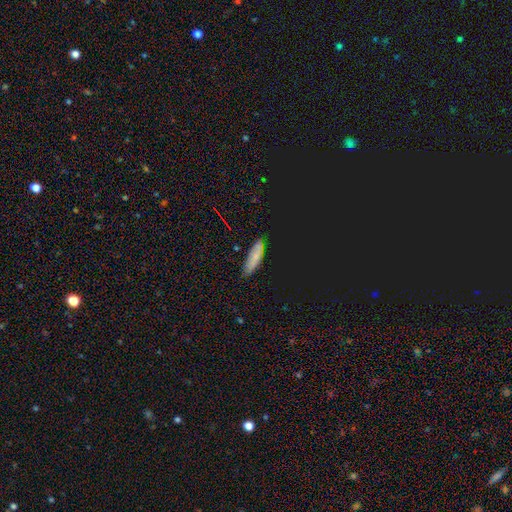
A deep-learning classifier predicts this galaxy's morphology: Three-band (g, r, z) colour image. It shows a smooth galaxy with no disk features (61%) that is cigar-shaped (51%). Merging: none (78%).